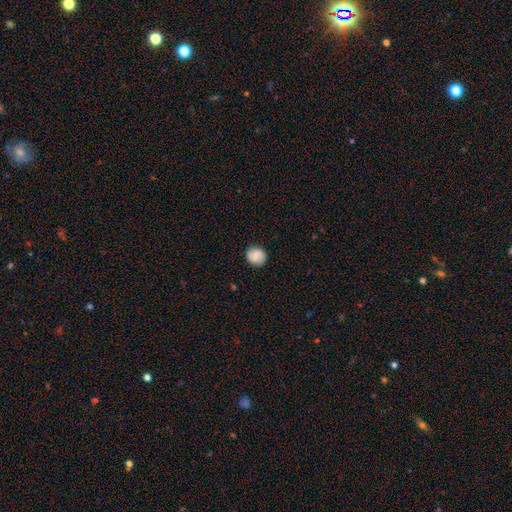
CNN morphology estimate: Overall: smooth (78%). How rounded: round (80%). Merging: none (87%).